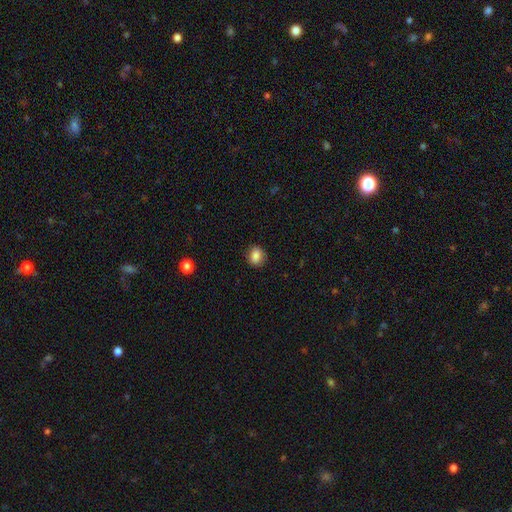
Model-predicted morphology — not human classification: smooth_or_featured: smooth (p=0.85) [alt: star or artifact p=0.09]
how_rounded: round (p=0.65) [alt: in between p=0.34]
merging: none (p=0.88) [alt: minor disturbance p=0.09]